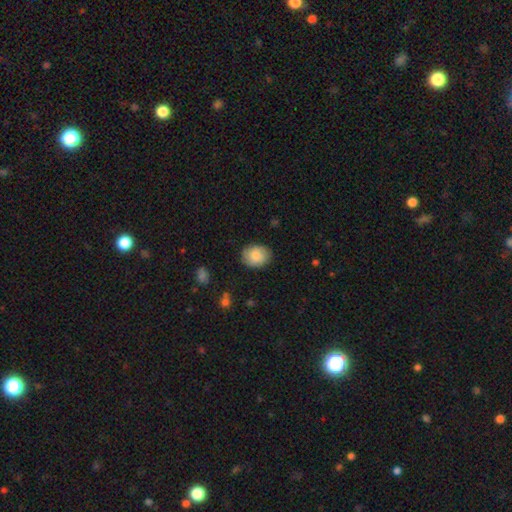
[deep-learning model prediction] The model was most divided on "how rounded": in between: 56%, round: 43%, cigar-shaped: 1%. More confident: merging — none (85%); smooth or featured — smooth (84%).